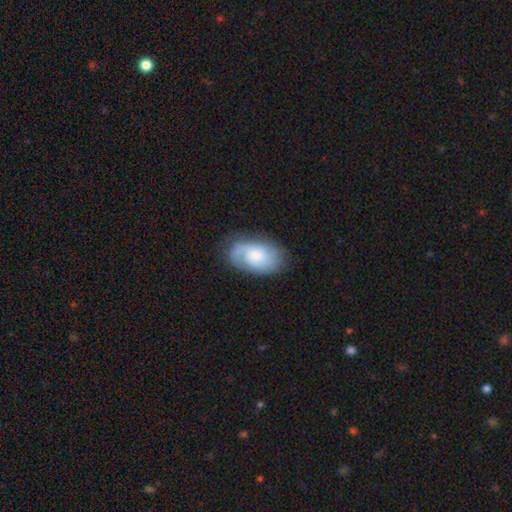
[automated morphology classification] type=featured or disk (62%); edge-on=no (96%); bar=no (67%); spiral arms=yes (91%); winding=tight (42%); arm count=2 (43%); bulge=small (42%); merging=none (72%).